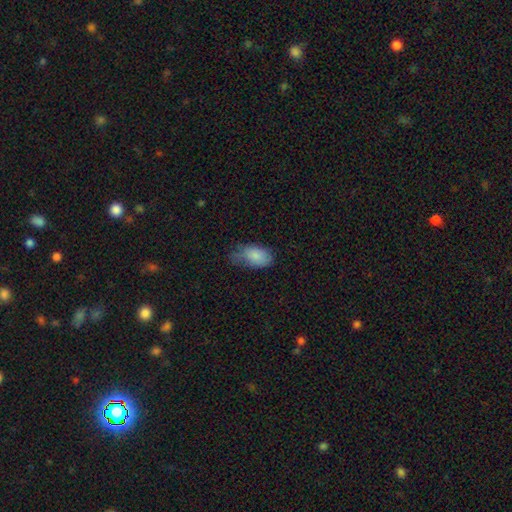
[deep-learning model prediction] Morphology: type=smooth (84%); roundness=in between (92%); merging=minor disturbance (41%, tied with none).